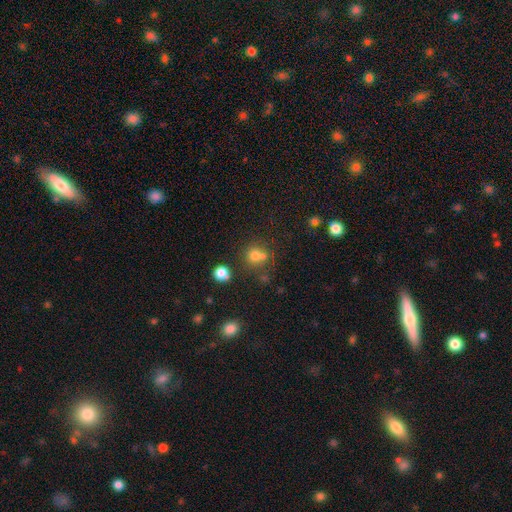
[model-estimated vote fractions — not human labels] smooth_or_featured: smooth (p=0.72) [alt: star or artifact p=0.17]
how_rounded: round (p=0.81) [alt: in between p=0.18]
merging: none (p=0.49) [alt: merger p=0.35]